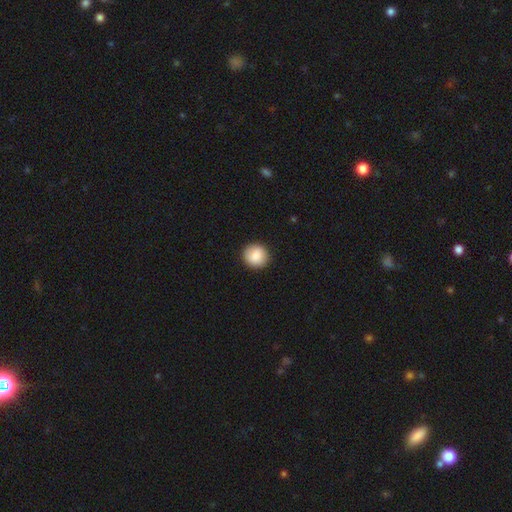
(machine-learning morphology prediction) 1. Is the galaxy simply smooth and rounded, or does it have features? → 87% smooth, 7% star or artifact, 6% featured or disk.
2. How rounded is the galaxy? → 91% round, 8% in between, 1% cigar-shaped.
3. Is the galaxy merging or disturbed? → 91% none, 7% minor disturbance, 2% major disturbance, 1% merger.